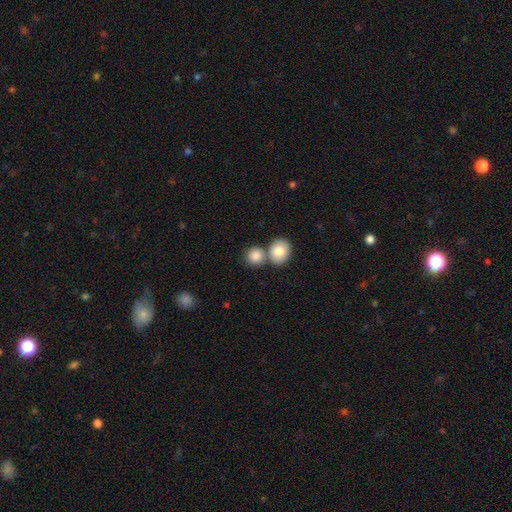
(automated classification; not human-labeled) Q: Smooth or featured?
A: smooth (84%); runner-up: featured or disk (9%)
Q: How rounded?
A: round (82%); runner-up: in between (17%)
Q: Merging?
A: none (50%); runner-up: merger (39%)